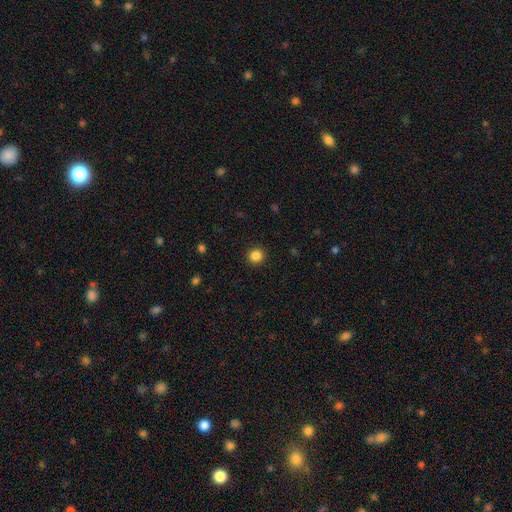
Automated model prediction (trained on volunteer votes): smooth 85%, star or artifact 11%, featured or disk 4%. Down the decision tree: how rounded — round (91%); merging — none (92%).